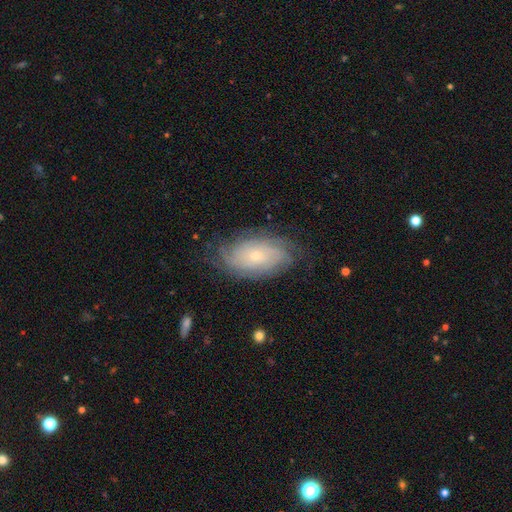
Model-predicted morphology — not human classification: smooth-or-featured: featured or disk: 70% | smooth: 22% | star or artifact: 8%
  disk-edge-on: no: 93% | yes: 7%
    bar: no: 82% | weak: 15% | strong: 3%
    has-spiral-arms: yes: 90% | no: 10%
      spiral-winding: tight: 71% | medium: 22% | loose: 8%
      spiral-arm-count: can't tell: 52% | 4: 12% | 2: 12% | 3: 10% | more than 4: 8% | 1: 5%
    bulge-size: small: 78% | moderate: 19% | large: 1% | none: 1% | dominant: 1%
  merging: none: 76% | minor disturbance: 17% | major disturbance: 6% | merger: 1%